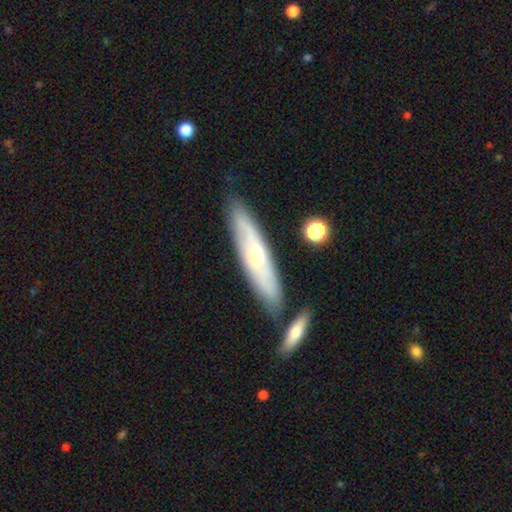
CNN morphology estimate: smooth-or-featured: featured or disk: 59% | smooth: 35% | star or artifact: 6%
  disk-edge-on: yes: 52% | no: 48%
  merging: none: 76% | minor disturbance: 14% | merger: 7% | major disturbance: 3%